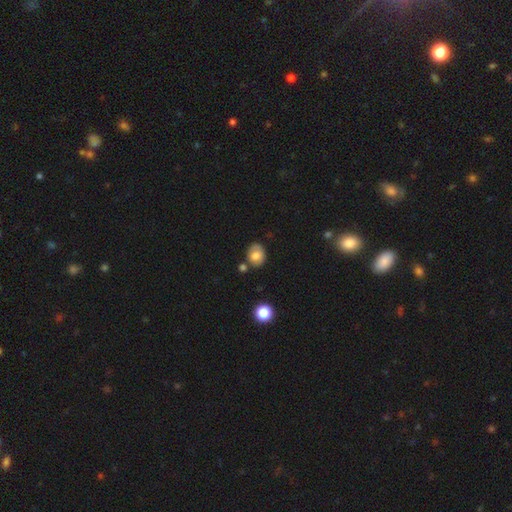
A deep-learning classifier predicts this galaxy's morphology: Smooth or featured? Predicted: smooth (p=0.71). How rounded? Predicted: round (p=0.52). Merging? Predicted: none (p=0.67).